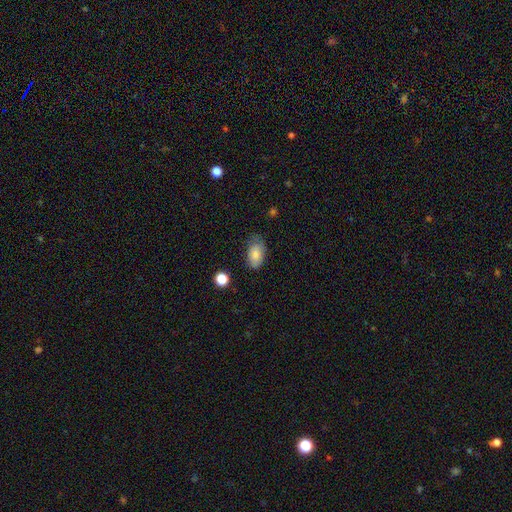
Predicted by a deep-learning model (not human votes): smooth-or-featured: smooth: 80% | featured or disk: 12% | star or artifact: 8%
  how-rounded: in between: 91% | round: 7% | cigar-shaped: 2%
  merging: none: 66% | minor disturbance: 25% | major disturbance: 6% | merger: 2%